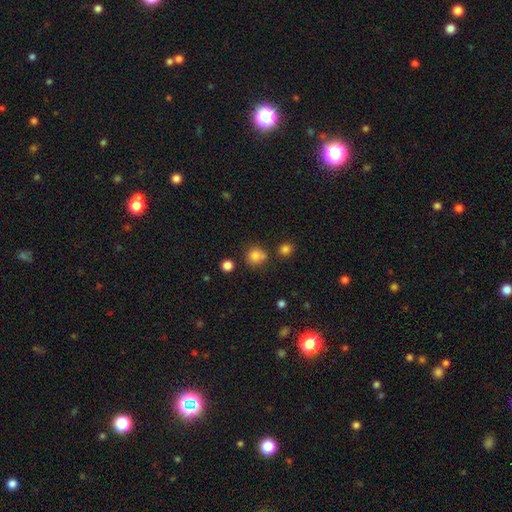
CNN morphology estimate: Smooth or featured? Predicted: smooth (p=0.81). How rounded? Predicted: round (p=0.85). Merging? Predicted: none (p=0.68).